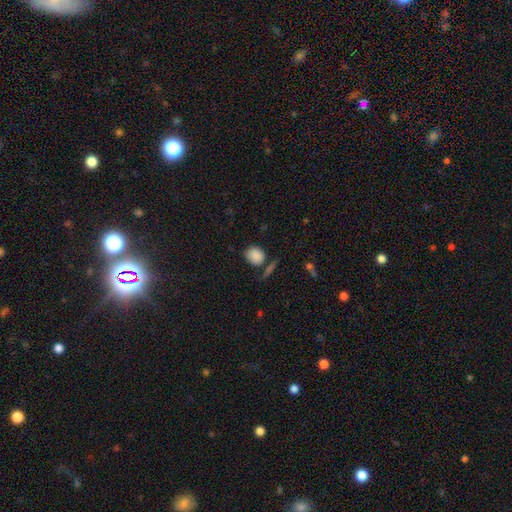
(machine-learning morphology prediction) This is clearly a smooth galaxy (85%). How rounded: likely round (70%). Merging: likely none (67%).